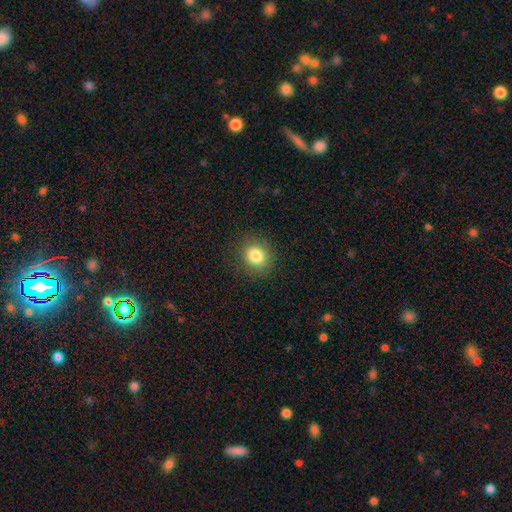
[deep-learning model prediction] Smooth or featured?
  - smooth: 83% *
  - star or artifact: 11%
  - featured or disk: 7%
How rounded?
  - round: 81% *
  - in between: 18%
  - cigar-shaped: 1%
Merging?
  - none: 87% *
  - minor disturbance: 9%
  - major disturbance: 3%
  - merger: 1%